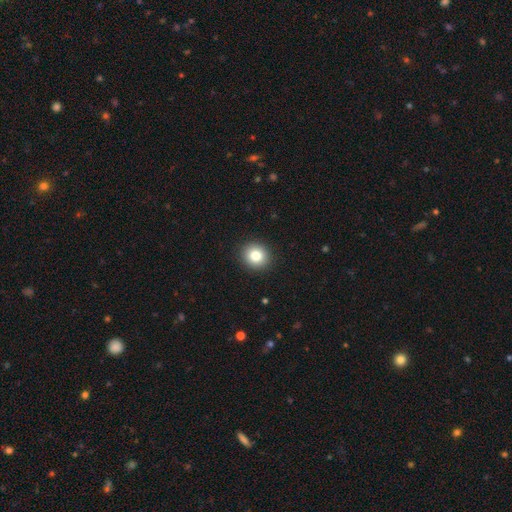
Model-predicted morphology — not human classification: smooth_or_featured: smooth (p=0.83) [alt: star or artifact p=0.10]
how_rounded: round (p=0.85) [alt: in between p=0.14]
merging: none (p=0.92) [alt: minor disturbance p=0.05]